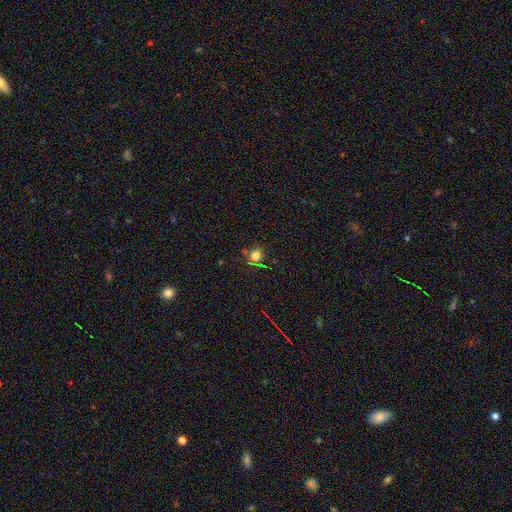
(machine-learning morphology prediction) Smooth or featured?
  - smooth: 71% *
  - star or artifact: 21%
  - featured or disk: 8%
How rounded?
  - round: 77% *
  - in between: 21%
  - cigar-shaped: 1%
Merging?
  - none: 74% *
  - minor disturbance: 14%
  - merger: 7%
  - major disturbance: 5%